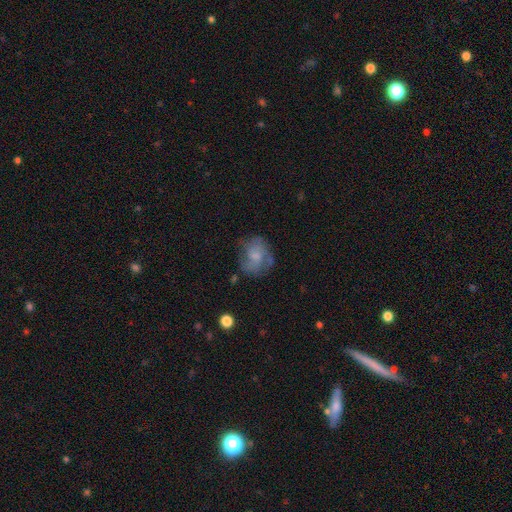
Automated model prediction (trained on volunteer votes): smooth-or-featured: smooth: 52% | featured or disk: 39% | star or artifact: 9%
  how-rounded: round: 60% | in between: 39% | cigar-shaped: 1%
  merging: none: 55% | minor disturbance: 26% | major disturbance: 16% | merger: 4%